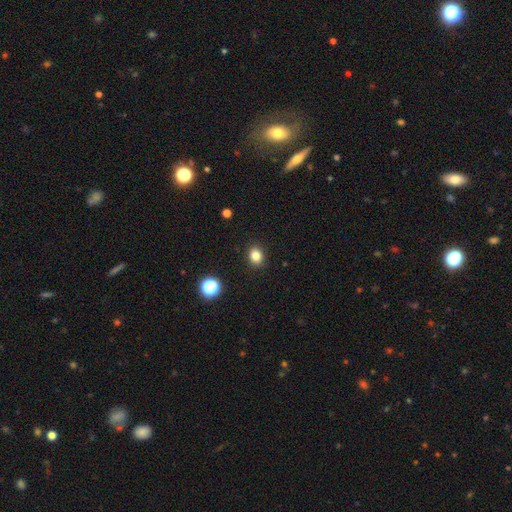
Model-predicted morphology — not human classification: Smooth or featured?
  - smooth: 82% *
  - star or artifact: 12%
  - featured or disk: 5%
How rounded?
  - round: 55% *
  - in between: 44%
  - cigar-shaped: 1%
Merging?
  - none: 90% *
  - minor disturbance: 7%
  - major disturbance: 2%
  - merger: 1%